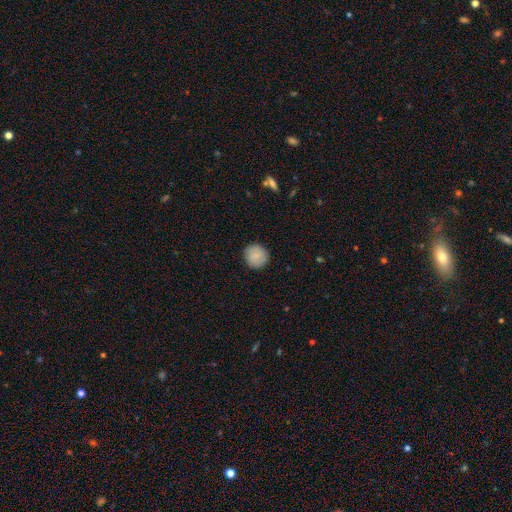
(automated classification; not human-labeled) Smooth or featured? Predicted: smooth (p=0.80). How rounded? Predicted: round (p=0.92). Merging? Predicted: none (p=0.89).